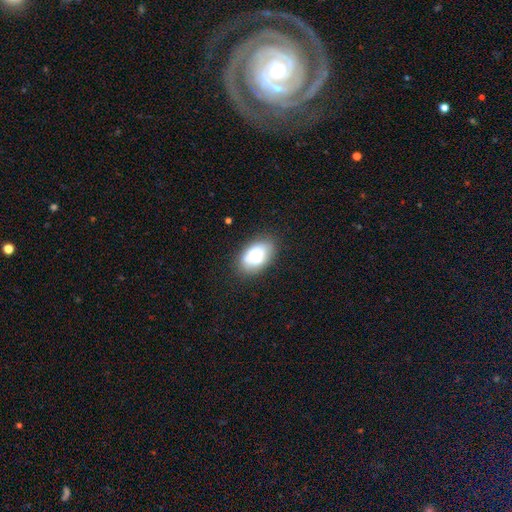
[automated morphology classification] smooth 63%, featured or disk 29%, star or artifact 8%. Down the decision tree: how rounded — in between (88%); merging — none (71%).